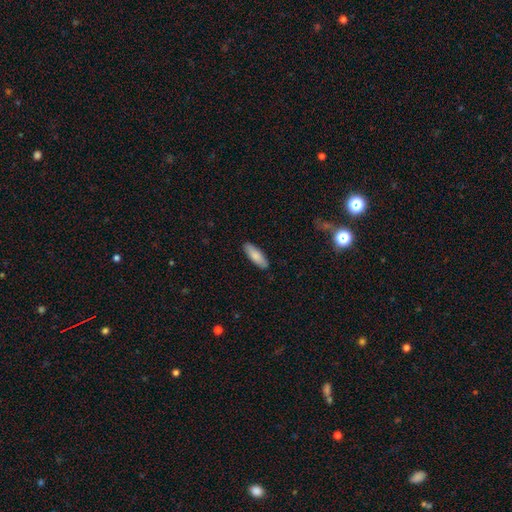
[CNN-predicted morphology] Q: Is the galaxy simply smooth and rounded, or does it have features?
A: smooth — 84%.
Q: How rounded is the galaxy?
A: in between — 58%.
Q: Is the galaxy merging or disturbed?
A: none — 88%.